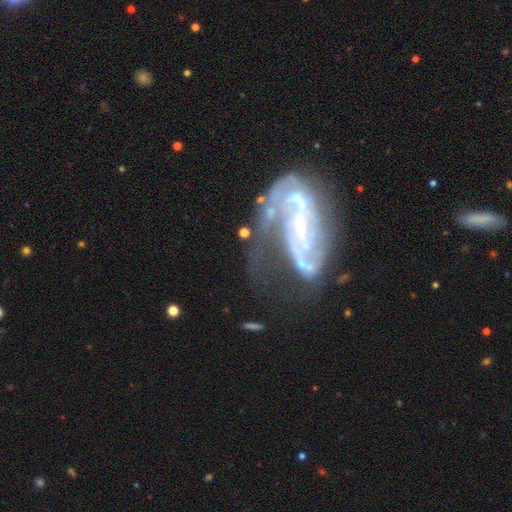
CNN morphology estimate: This is clearly a featured or disk galaxy (82%). It is clearly not viewed edge-on (95%). Bar: marginally no (41%). Spiral arm pattern: clearly yes (84%). Spiral arm count: possibly 2 (50%). Spiral winding: marginally medium (40%). Central bulge: likely small (67%). Merging: marginally none (35%).